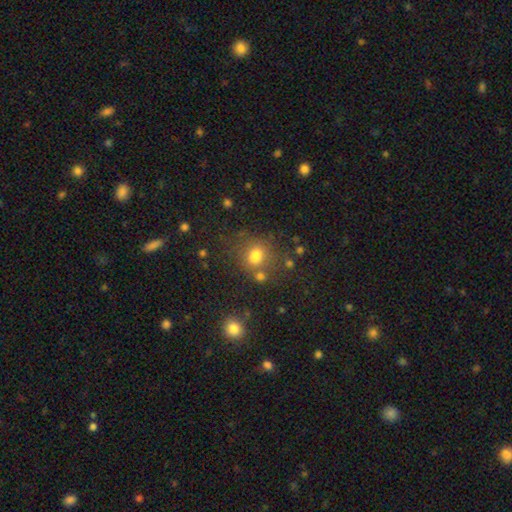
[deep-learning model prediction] smooth_or_featured: smooth (p=0.72) [alt: star or artifact p=0.17]
how_rounded: round (p=0.51) [alt: in between p=0.47]
merging: none (p=0.62) [alt: minor disturbance p=0.15]